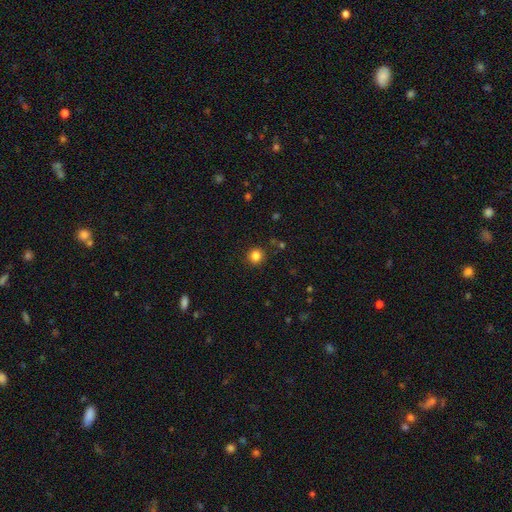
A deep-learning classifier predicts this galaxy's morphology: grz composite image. It shows a smooth galaxy with no disk features (83%) that is round (92%). Merging: none (91%).